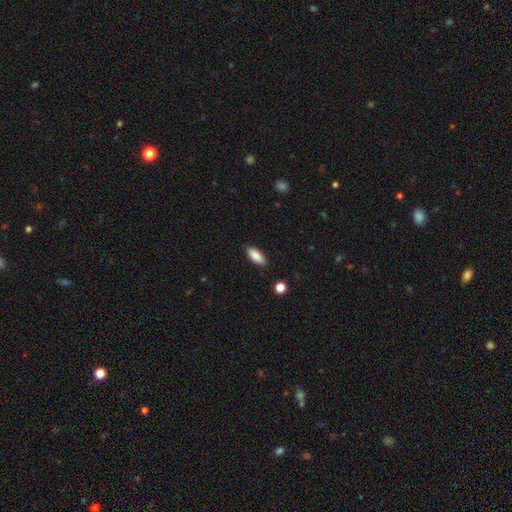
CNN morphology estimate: Smooth or featured?
  - smooth: 85% *
  - featured or disk: 8%
  - star or artifact: 7%
How rounded?
  - in between: 84% *
  - cigar-shaped: 14%
  - round: 2%
Merging?
  - none: 88% *
  - minor disturbance: 9%
  - major disturbance: 2%
  - merger: 1%